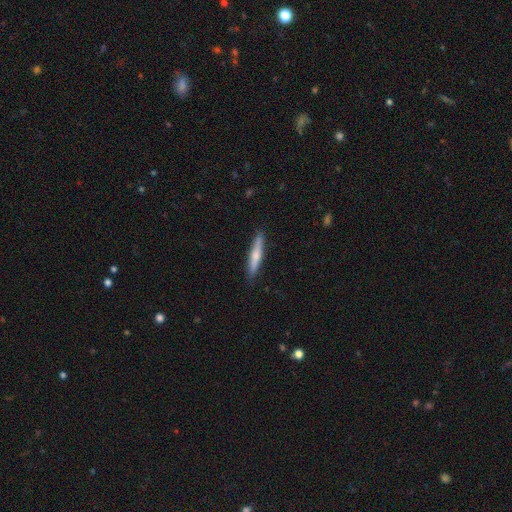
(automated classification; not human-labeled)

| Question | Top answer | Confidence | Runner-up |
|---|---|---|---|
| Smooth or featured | smooth | 54% | featured or disk (41%) |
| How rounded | cigar-shaped | 92% | in between (6%) |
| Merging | none | 90% | minor disturbance (8%) |